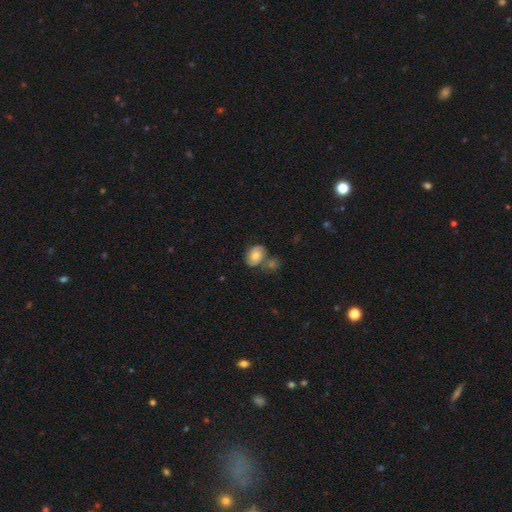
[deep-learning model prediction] smooth 63%, featured or disk 29%, star or artifact 8%. Down the decision tree: how rounded — in between (71%); merging — none (52%).